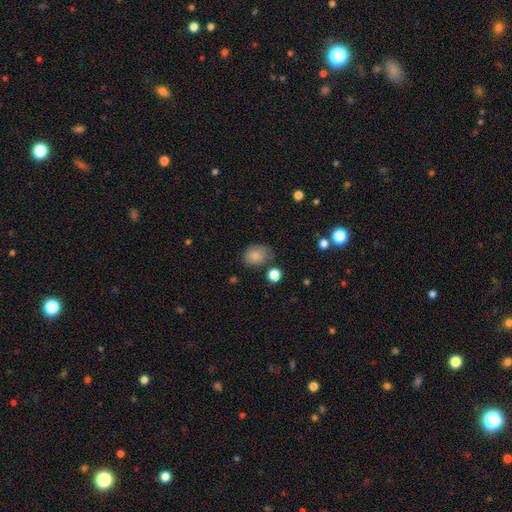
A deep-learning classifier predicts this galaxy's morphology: A smooth galaxy with no disk features (82%) that is in between round and cigar-shaped (66%).

Vote fractions:
- Smooth or featured? smooth: 82% / star or artifact: 9% / featured or disk: 9%
- How rounded? in between: 66% / round: 33% / cigar-shaped: 1%
- Merging? none: 64% / minor disturbance: 24% / major disturbance: 7% / merger: 5%